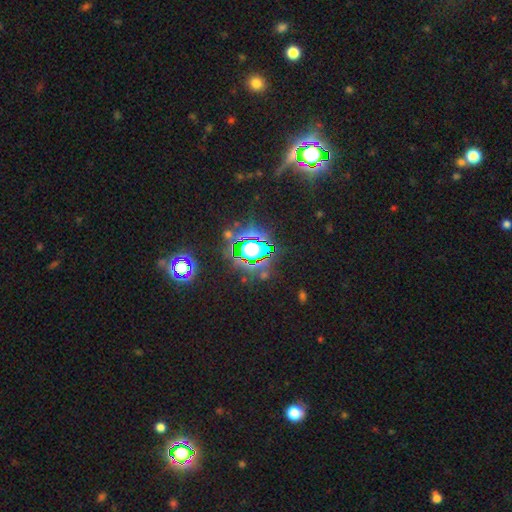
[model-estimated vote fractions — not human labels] A star or artifact, not a galaxy (83%).

Vote fractions:
- Smooth or featured? star or artifact: 83% / smooth: 10% / featured or disk: 8%